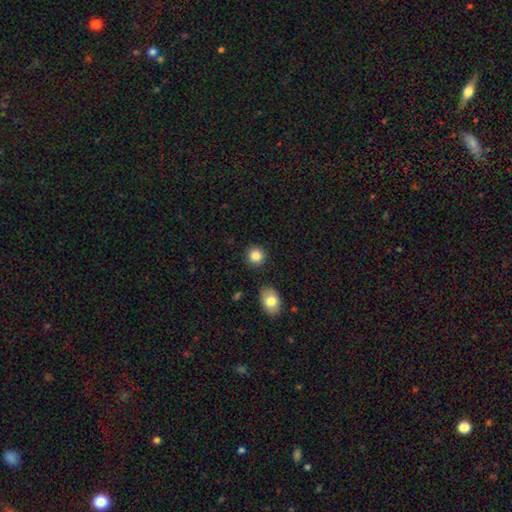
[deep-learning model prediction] smooth 85%, star or artifact 10%, featured or disk 6%. Down the decision tree: how rounded — round (90%); merging — none (89%).